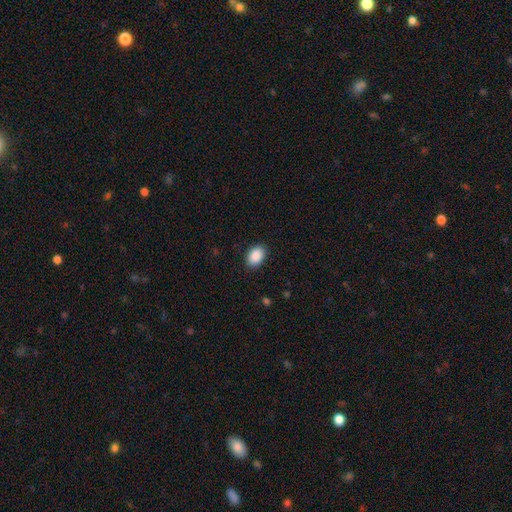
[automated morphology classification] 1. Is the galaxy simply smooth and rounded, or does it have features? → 90% smooth, 7% star or artifact, 3% featured or disk.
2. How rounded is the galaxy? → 85% in between, 14% round, 1% cigar-shaped.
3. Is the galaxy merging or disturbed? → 88% none, 8% minor disturbance, 2% major disturbance, 1% merger.